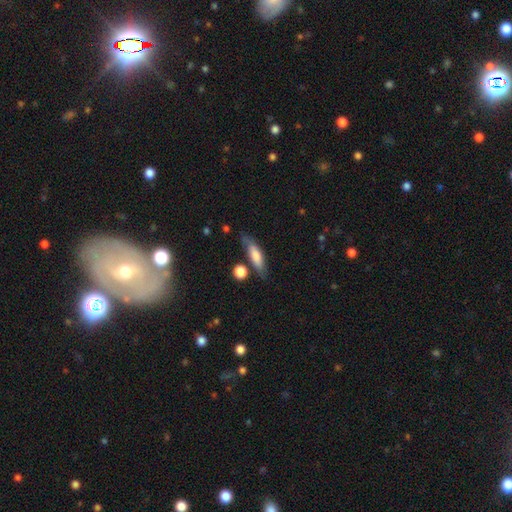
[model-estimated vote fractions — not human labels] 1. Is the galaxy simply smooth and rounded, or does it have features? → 66% smooth, 28% featured or disk, 7% star or artifact.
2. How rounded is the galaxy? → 56% cigar-shaped, 41% in between, 3% round.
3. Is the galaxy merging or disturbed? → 64% none, 22% minor disturbance, 7% merger, 7% major disturbance.